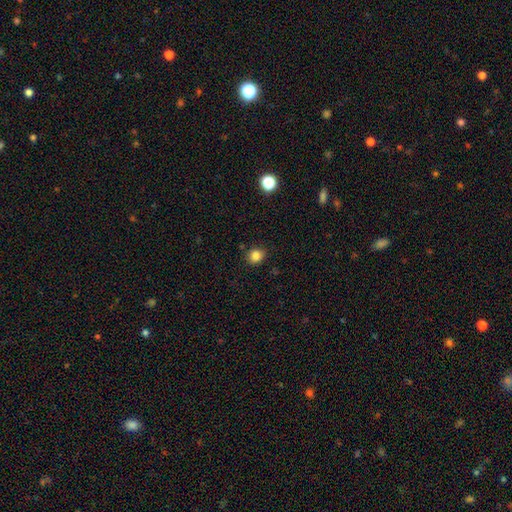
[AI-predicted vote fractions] Overall: smooth (84%). How rounded: round (73%). Merging: none (85%).